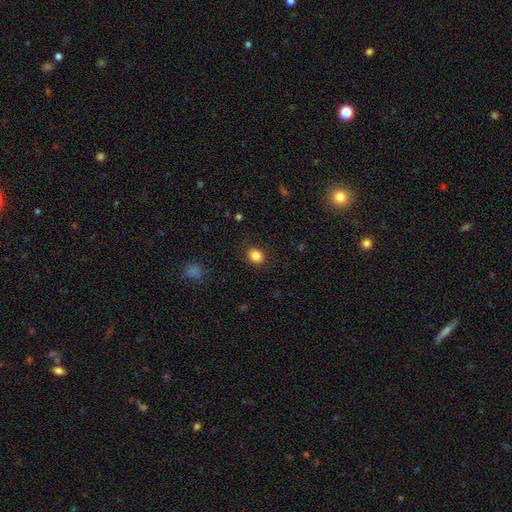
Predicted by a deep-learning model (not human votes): This is clearly a smooth galaxy (86%). How rounded: likely round (61%). Merging: clearly none (88%).